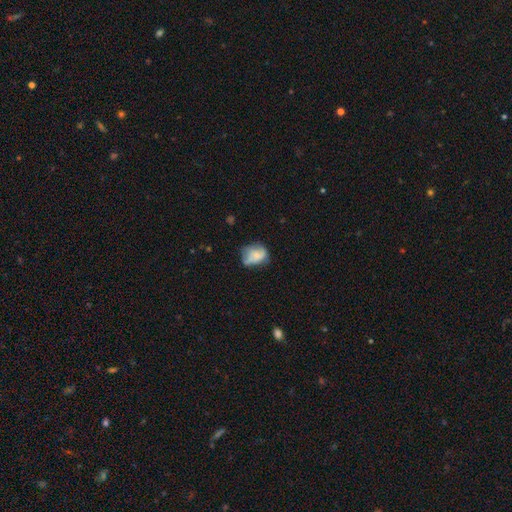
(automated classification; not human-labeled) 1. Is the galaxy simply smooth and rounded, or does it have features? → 60% smooth, 30% featured or disk, 9% star or artifact.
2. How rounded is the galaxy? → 59% in between, 39% round, 1% cigar-shaped.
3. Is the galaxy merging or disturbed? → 40% none, 35% minor disturbance, 19% major disturbance, 6% merger.